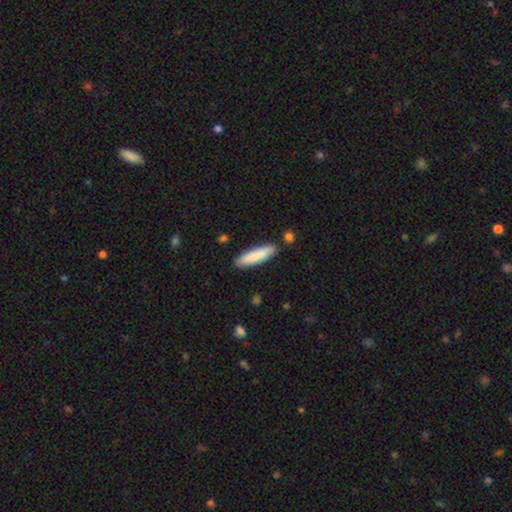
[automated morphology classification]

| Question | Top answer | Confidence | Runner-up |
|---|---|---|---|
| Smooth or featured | smooth | 83% | featured or disk (12%) |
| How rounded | cigar-shaped | 76% | in between (23%) |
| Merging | none | 86% | minor disturbance (9%) |